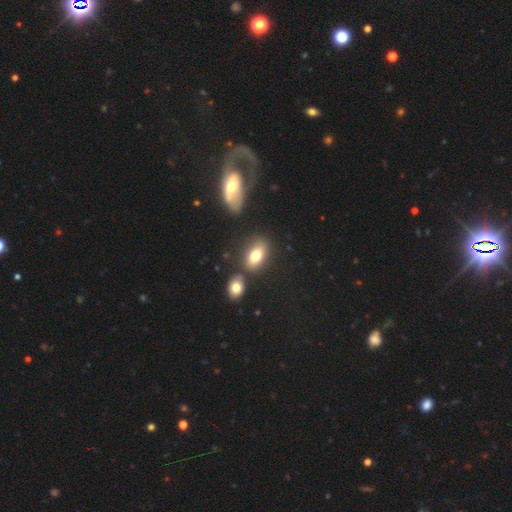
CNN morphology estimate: type=smooth (75%); roundness=in between (85%); merging=none (66%).